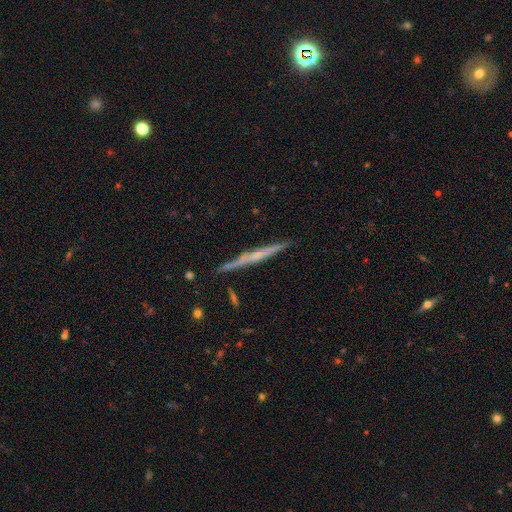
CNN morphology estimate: Overall: featured or disk (65%; smooth 29%). Edge-on disk: yes (98%). Edge-on bulge: none (60%; rounded 32%). Merging: none (89%).